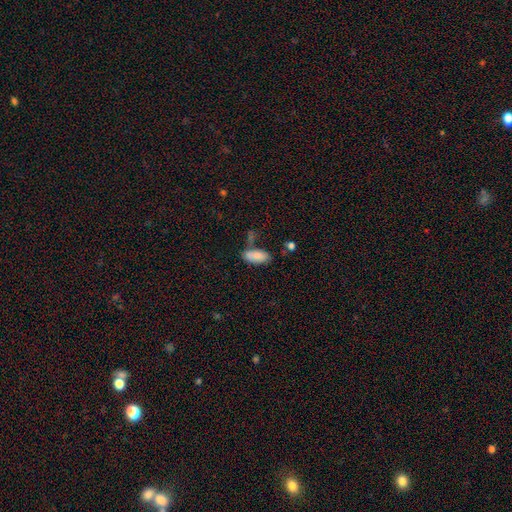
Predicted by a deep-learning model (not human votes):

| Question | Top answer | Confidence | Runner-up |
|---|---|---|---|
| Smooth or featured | smooth | 83% | featured or disk (10%) |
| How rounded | in between | 87% | cigar-shaped (11%) |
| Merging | none | 52% | minor disturbance (20%) |